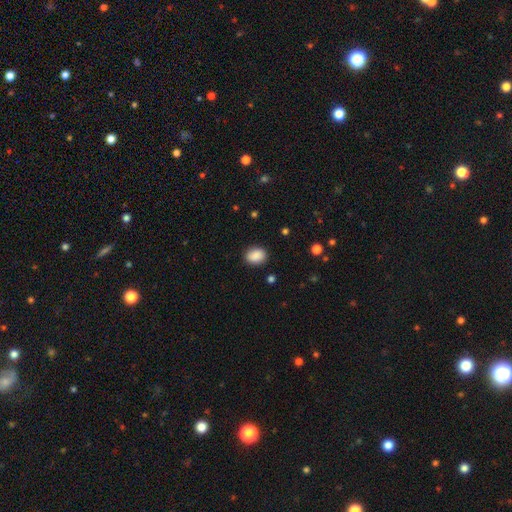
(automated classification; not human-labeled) This is clearly a smooth galaxy (88%). How rounded: likely in between (61%). Merging: clearly none (86%).